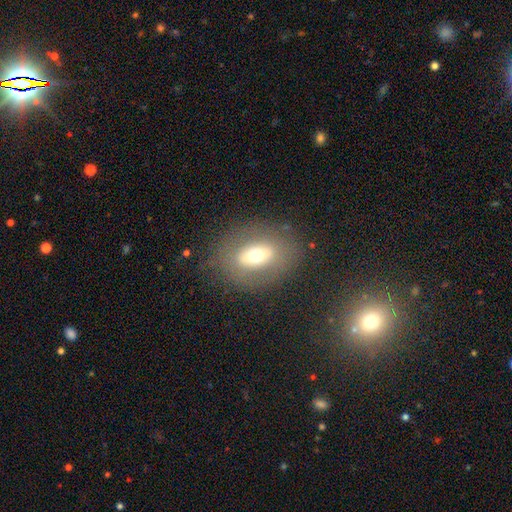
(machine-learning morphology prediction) This is possibly a smooth galaxy (54%). How rounded: likely in between (65%). Merging: likely none (77%).